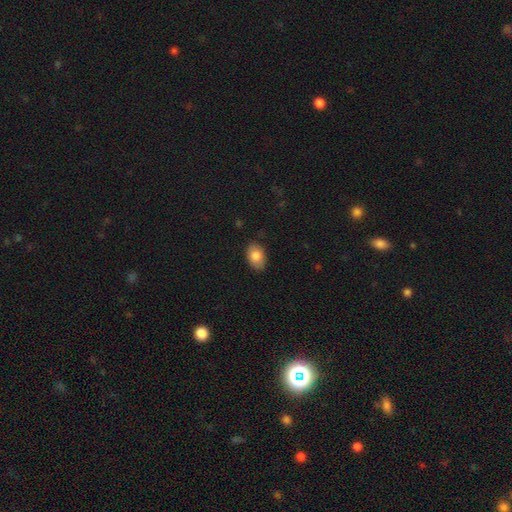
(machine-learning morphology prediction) smooth 83%, featured or disk 10%, star or artifact 7%. Down the decision tree: how rounded — in between (86%); merging — none (83%).